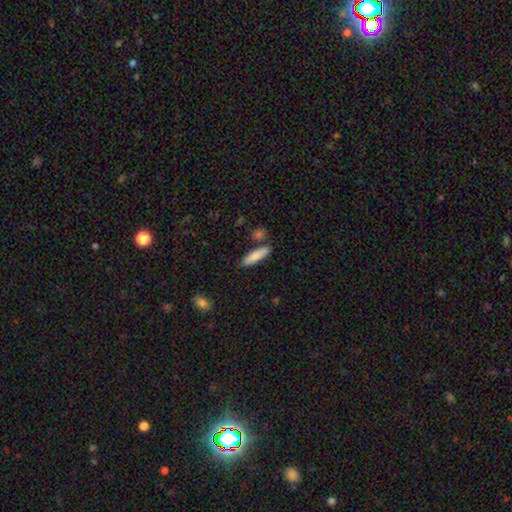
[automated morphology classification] Smooth or featured? smooth (83%)
How rounded? cigar-shaped (71%)
Merging? none (79%)